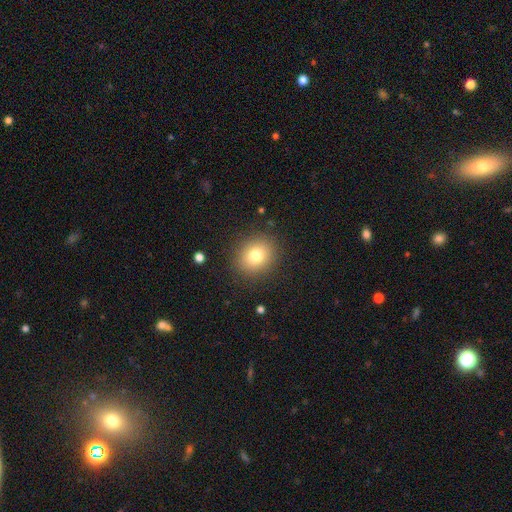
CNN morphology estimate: type=smooth (78%); roundness=round (74%); merging=none (88%).